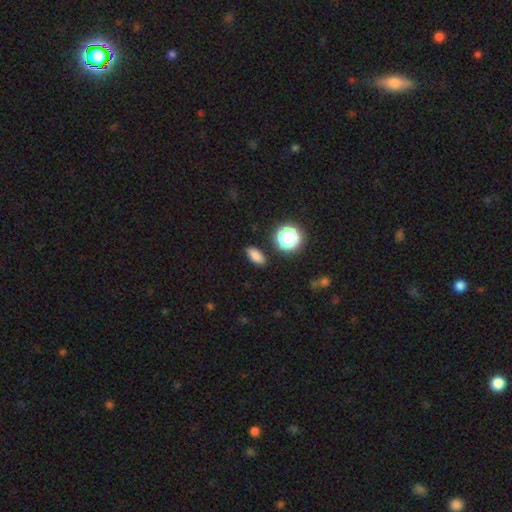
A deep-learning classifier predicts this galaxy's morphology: This appears to be a smooth galaxy with no disk features (79%) that is in between round and cigar-shaped (77%). Merging: none (87%).